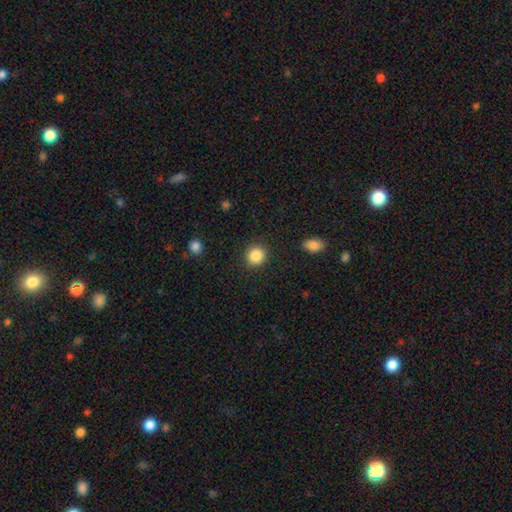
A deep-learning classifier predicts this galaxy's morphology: The model was most divided on "how rounded": round: 88%, in between: 11%, cigar-shaped: 1%. More confident: merging — none (90%); smooth or featured — smooth (87%).